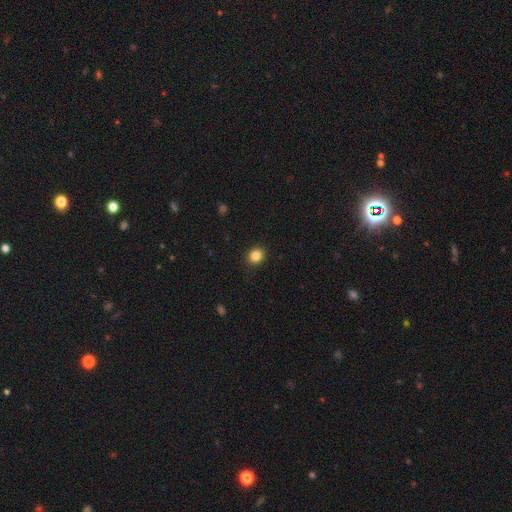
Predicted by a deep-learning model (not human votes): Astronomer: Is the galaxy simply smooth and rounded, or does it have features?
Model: smooth — 85%.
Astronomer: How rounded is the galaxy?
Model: round — 70%.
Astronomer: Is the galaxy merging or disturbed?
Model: none — 91%.